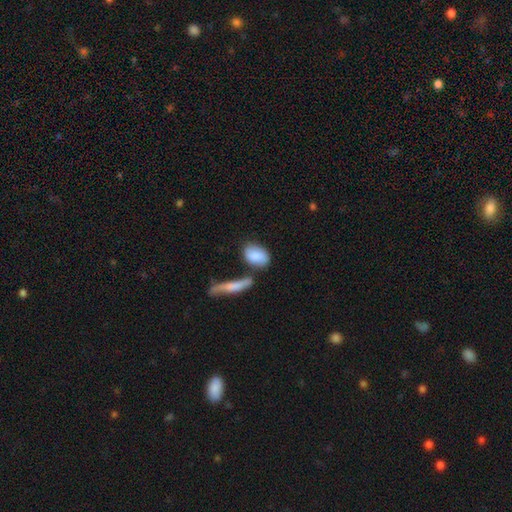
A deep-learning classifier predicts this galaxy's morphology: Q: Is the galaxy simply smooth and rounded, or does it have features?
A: smooth — 78%.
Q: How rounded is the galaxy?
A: in between — 84%.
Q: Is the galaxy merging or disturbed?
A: none — 57%.